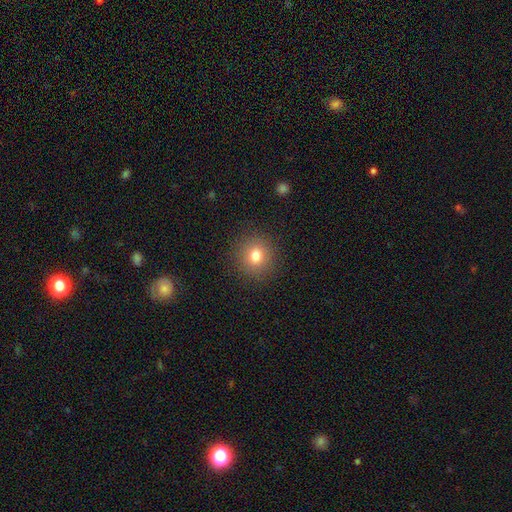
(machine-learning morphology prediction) The model was most divided on "smooth or featured": smooth: 78%, star or artifact: 13%, featured or disk: 9%. More confident: merging — none (90%); how rounded — round (89%).